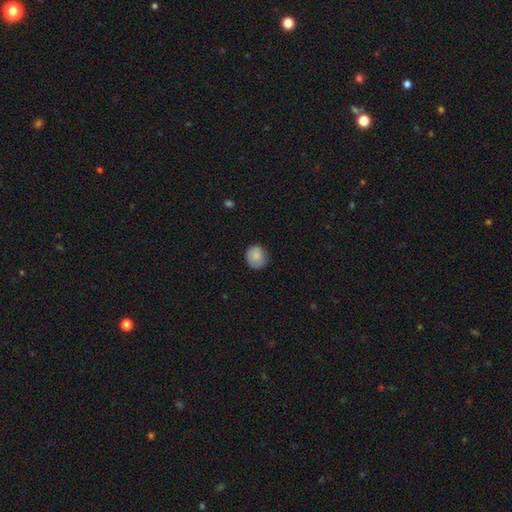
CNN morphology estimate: Overall: smooth (85%). How rounded: round (82%). Merging: none (77%).